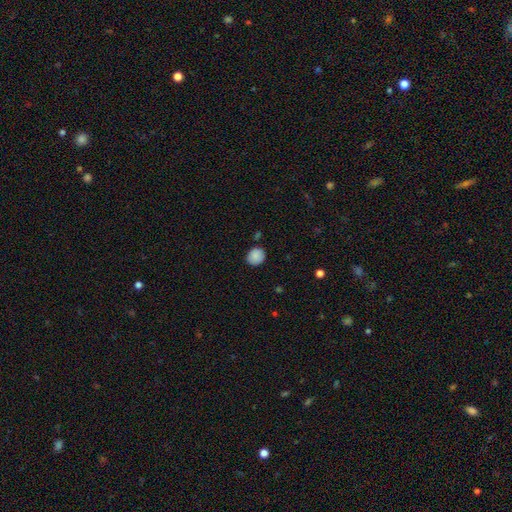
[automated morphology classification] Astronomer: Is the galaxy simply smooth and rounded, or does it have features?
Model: smooth — 87%.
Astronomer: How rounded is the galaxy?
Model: round — 80%.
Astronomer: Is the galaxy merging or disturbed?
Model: none — 83%.